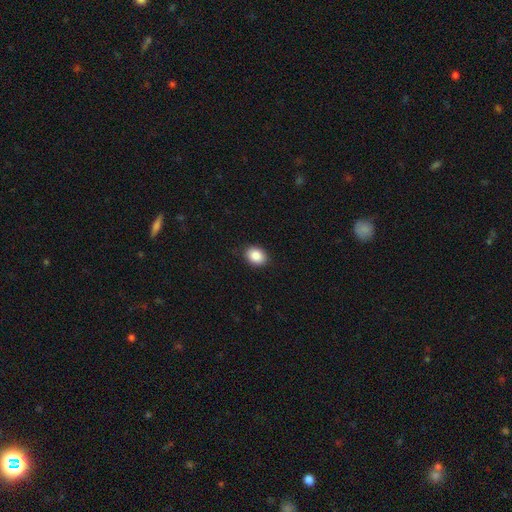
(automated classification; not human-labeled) Smooth or featured?
  - smooth: 88% *
  - star or artifact: 8%
  - featured or disk: 4%
How rounded?
  - in between: 62% *
  - round: 37%
  - cigar-shaped: 1%
Merging?
  - none: 88% *
  - minor disturbance: 9%
  - major disturbance: 2%
  - merger: 1%